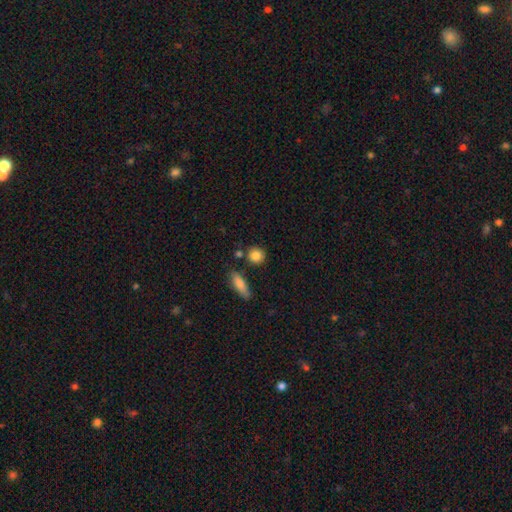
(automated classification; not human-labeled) Smooth or featured?
  - smooth: 85% *
  - star or artifact: 9%
  - featured or disk: 7%
How rounded?
  - round: 83% *
  - in between: 14%
  - cigar-shaped: 3%
Merging?
  - none: 79% *
  - minor disturbance: 10%
  - merger: 8%
  - major disturbance: 3%